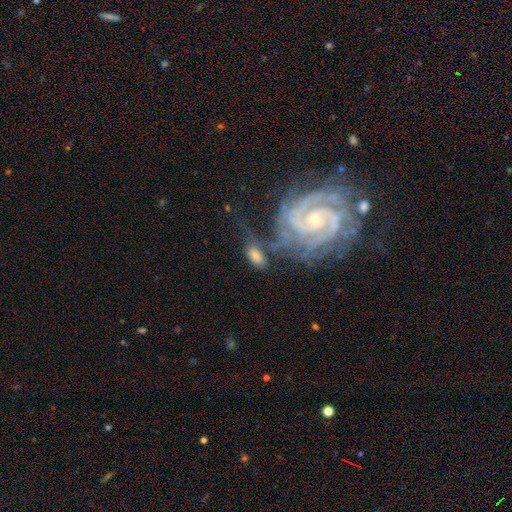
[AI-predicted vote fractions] smooth_or_featured: smooth (p=0.49) [alt: featured or disk p=0.41]
merging: none (p=0.45) [alt: minor disturbance p=0.20]